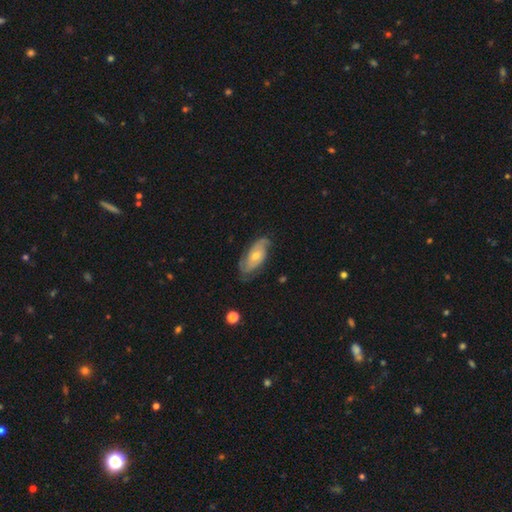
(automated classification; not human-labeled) Smooth or featured: featured or disk — 68% (smooth — 26%)
Edge-on disk: no — 91% (yes — 9%)
Bar: no — 68% (weak — 26%)
Spiral arms: yes — 87% (no — 13%)
Spiral winding: tight — 49% (medium — 36%)
Spiral arm count: 2 — 59% (can't tell — 26%)
Bulge size: moderate — 49% (small — 46%)
Merging: none — 68% (minor disturbance — 23%)